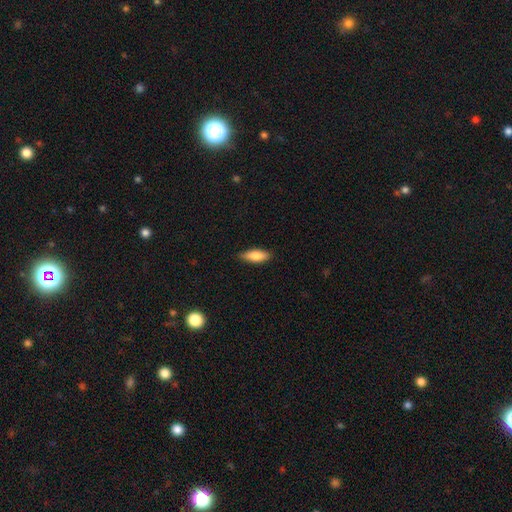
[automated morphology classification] Smooth or featured? Predicted: smooth (p=0.82). How rounded? Predicted: in between (p=0.69). Merging? Predicted: none (p=0.84).